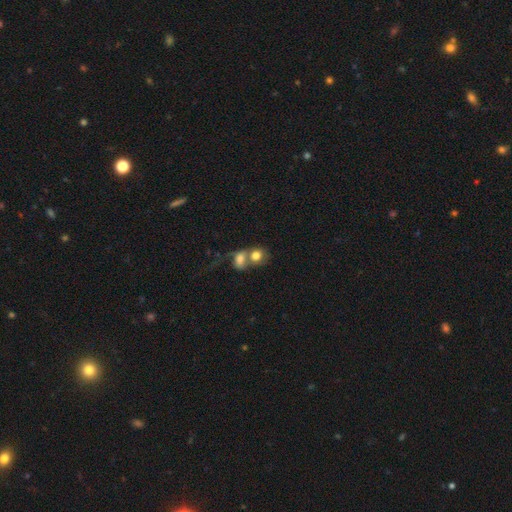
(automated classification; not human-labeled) A smooth galaxy with no disk features (73%) that is round (58%).

Vote fractions:
- Smooth or featured? smooth: 73% / featured or disk: 18% / star or artifact: 9%
- How rounded? round: 58% / in between: 40% / cigar-shaped: 1%
- Merging? merger: 73% / none: 15% / major disturbance: 6% / minor disturbance: 6%